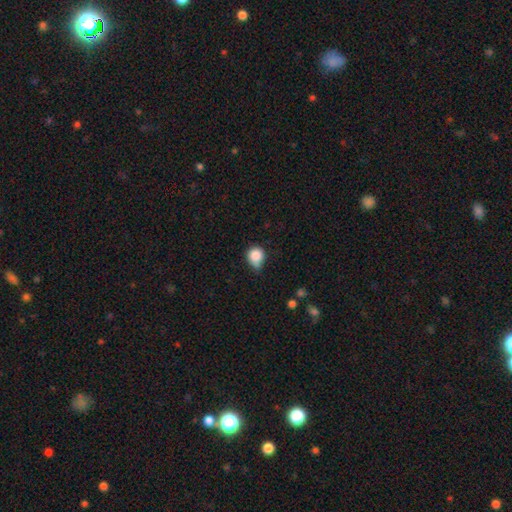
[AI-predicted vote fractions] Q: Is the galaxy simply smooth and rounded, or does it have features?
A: smooth — 85%.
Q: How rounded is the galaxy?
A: round — 77%.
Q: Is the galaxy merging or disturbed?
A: minor disturbance — 45%.